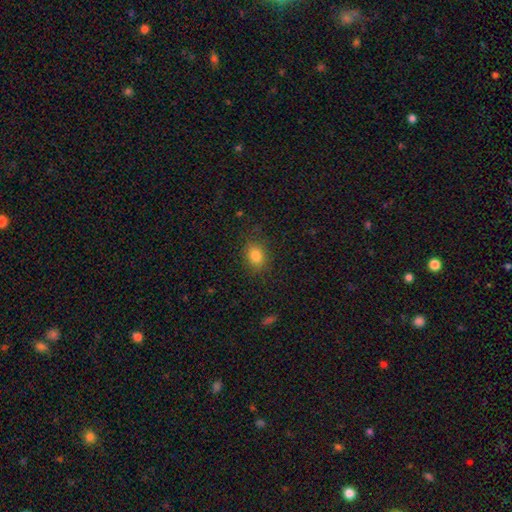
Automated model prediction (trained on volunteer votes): smooth 82%, star or artifact 11%, featured or disk 6%. Down the decision tree: how rounded — in between (57%); merging — none (85%).